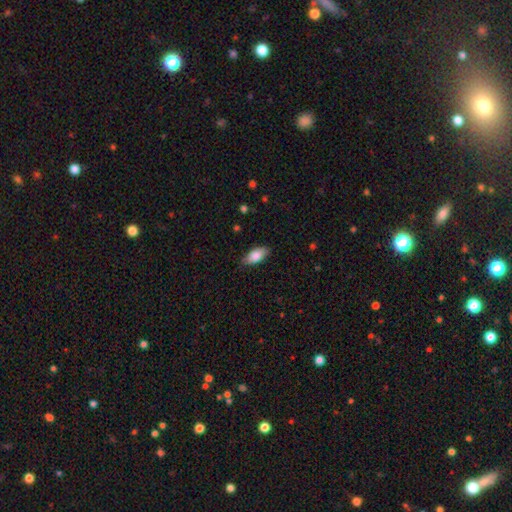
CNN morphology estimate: The model was most divided on "merging": none: 81%, minor disturbance: 15%, major disturbance: 3%, merger: 1%. More confident: how rounded — in between (89%); smooth or featured — smooth (84%).